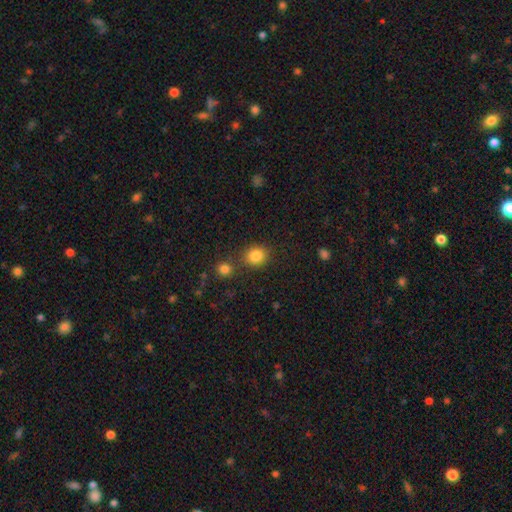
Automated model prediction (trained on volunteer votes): smooth 84%, star or artifact 11%, featured or disk 5%. Down the decision tree: how rounded — round (74%); merging — none (77%).